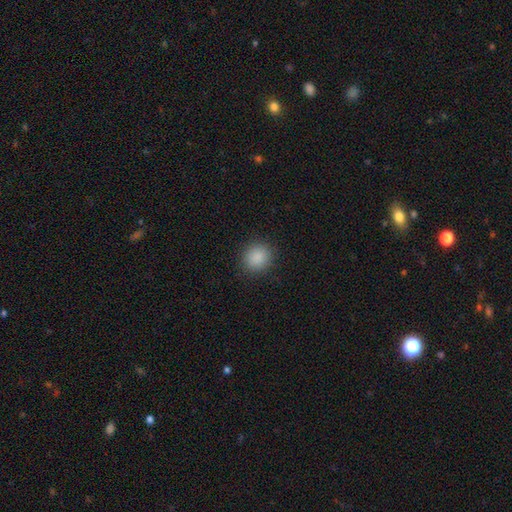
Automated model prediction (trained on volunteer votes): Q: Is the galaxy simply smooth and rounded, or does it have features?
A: smooth — 87%.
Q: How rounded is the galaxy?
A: round — 84%.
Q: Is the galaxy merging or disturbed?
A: none — 90%.